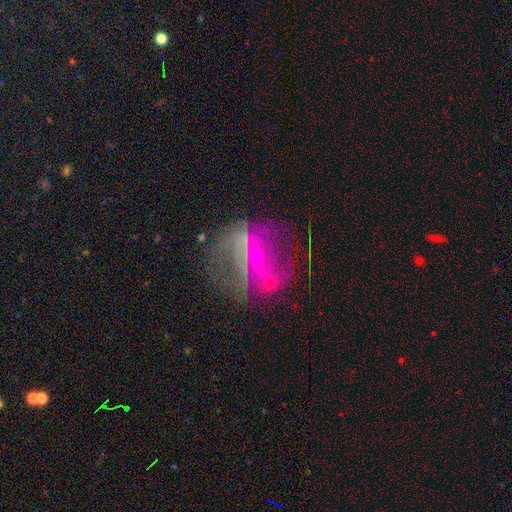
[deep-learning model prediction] A featured or disk galaxy (69%) with no bar (39%), spiral arms (61%) and a small central bulge (72%).

Vote fractions:
- Smooth or featured? featured or disk: 69% / star or artifact: 16% / smooth: 15%
- Edge-on disk? no: 95% / yes: 5%
- Bar? no: 39% / weak: 32% / strong: 28%
- Spiral arms? yes: 61% / no: 39%
- Bulge size? small: 72% / moderate: 21% / none: 4% / large: 2% / dominant: 1%
- Merging? none: 55% / minor disturbance: 20% / major disturbance: 19% / merger: 6%